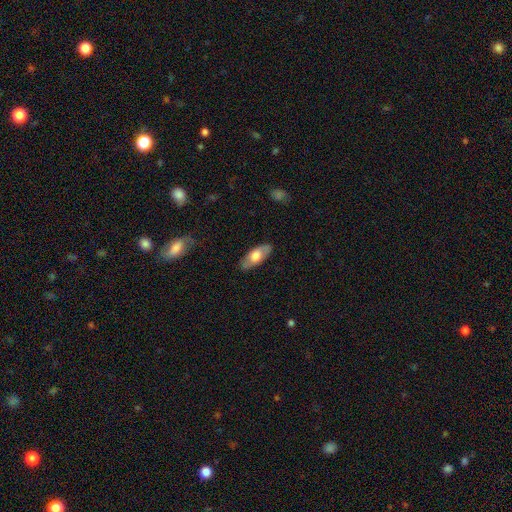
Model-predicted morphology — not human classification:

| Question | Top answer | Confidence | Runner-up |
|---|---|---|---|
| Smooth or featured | smooth | 62% | featured or disk (32%) |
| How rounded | in between | 80% | cigar-shaped (17%) |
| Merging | none | 84% | minor disturbance (12%) |